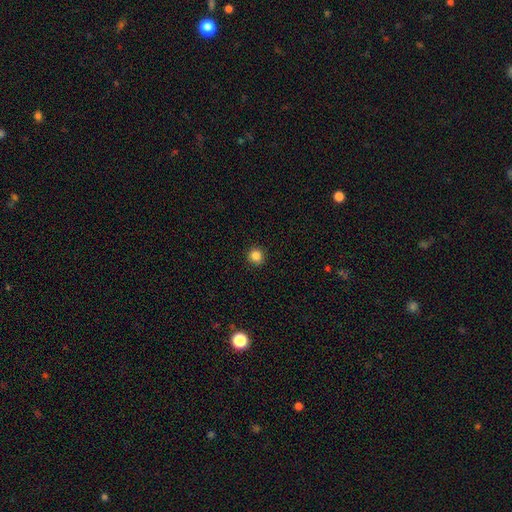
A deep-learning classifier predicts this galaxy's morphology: smooth_or_featured: smooth (p=0.85) [alt: star or artifact p=0.11]
how_rounded: round (p=0.92) [alt: in between p=0.07]
merging: none (p=0.92) [alt: minor disturbance p=0.05]